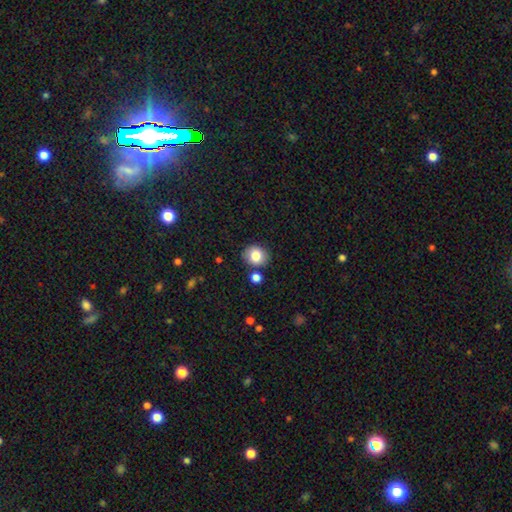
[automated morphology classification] A smooth galaxy with no disk features (81%) that is round (71%). Merging: none (81%).